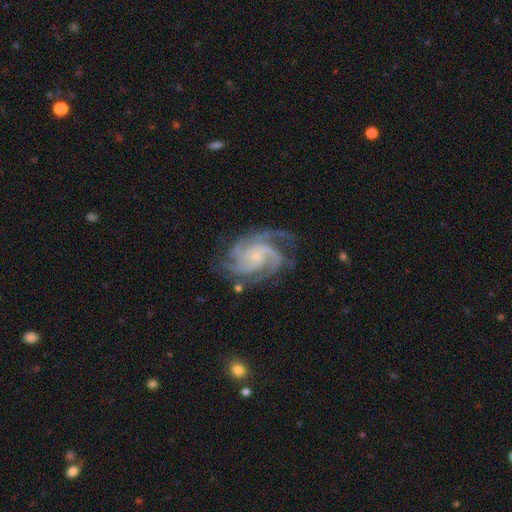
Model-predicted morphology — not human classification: Q: Smooth or featured?
A: featured or disk (92%); runner-up: star or artifact (5%)
Q: Edge-on disk?
A: no (98%); runner-up: yes (2%)
Q: Bar?
A: no (71%); runner-up: weak (23%)
Q: Spiral arms?
A: yes (99%); runner-up: no (1%)
Q: Spiral winding?
A: tight (57%); runner-up: medium (38%)
Q: Spiral arm count?
A: 3 (42%); runner-up: 4 (27%)
Q: Bulge size?
A: small (78%); runner-up: moderate (14%)
Q: Merging?
A: none (72%); runner-up: minor disturbance (18%)